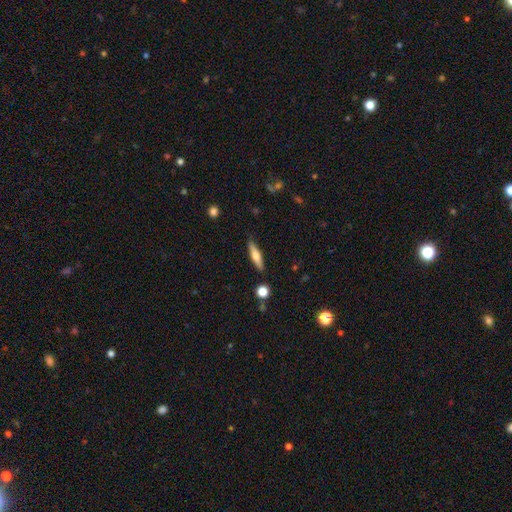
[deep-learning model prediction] Smooth or featured?
  - smooth: 53% *
  - featured or disk: 40%
  - star or artifact: 6%
How rounded?
  - cigar-shaped: 76% *
  - in between: 22%
  - round: 2%
Merging?
  - none: 86% *
  - minor disturbance: 10%
  - major disturbance: 2%
  - merger: 2%